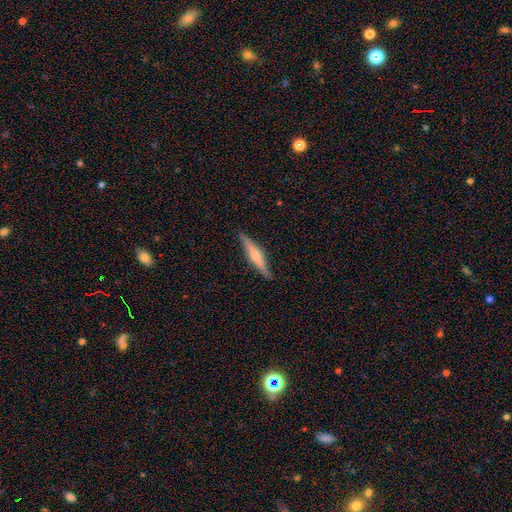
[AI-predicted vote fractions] smooth_or_featured: featured or disk (p=0.66) [alt: smooth p=0.28]
disk_edge_on: yes (p=0.97) [alt: no p=0.03]
edge_on_bulge: rounded (p=0.79) [alt: boxy p=0.14]
merging: none (p=0.89) [alt: minor disturbance p=0.08]